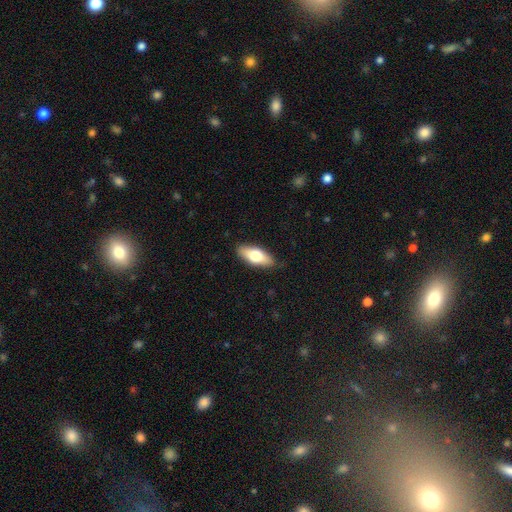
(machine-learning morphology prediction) Smooth or featured? smooth (67%)
How rounded? in between (76%)
Merging? none (86%)